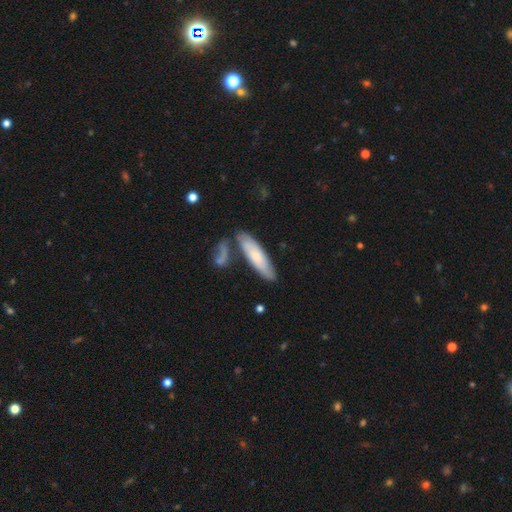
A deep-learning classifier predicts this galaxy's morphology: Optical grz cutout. It shows a smooth galaxy with no disk features (70%) that is cigar-shaped (64%). Merging: none (66%).